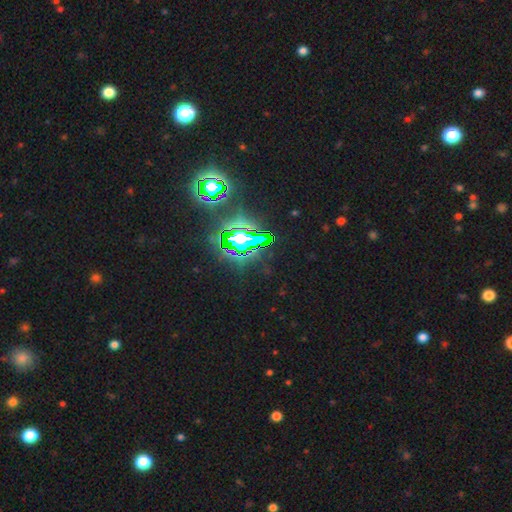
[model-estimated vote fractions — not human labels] A star or artifact, not a galaxy (83%).